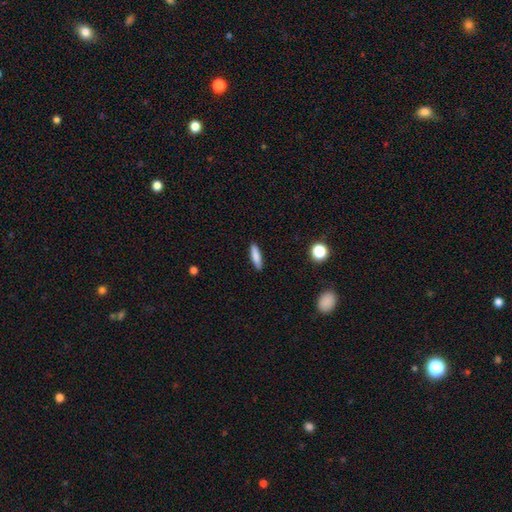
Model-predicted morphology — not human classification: Smooth or featured: smooth — 84% (featured or disk — 9%)
How rounded: cigar-shaped — 72% (in between — 26%)
Merging: none — 89% (minor disturbance — 8%)